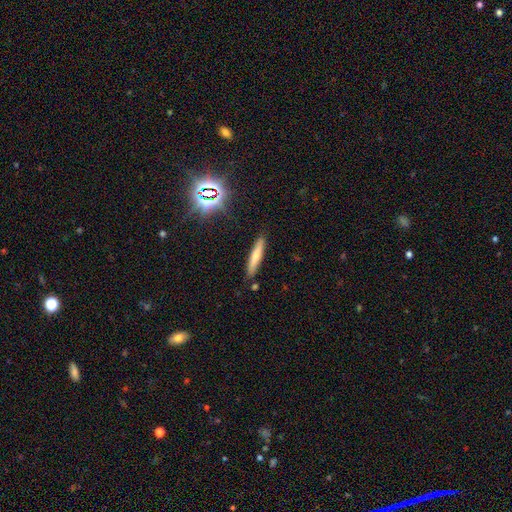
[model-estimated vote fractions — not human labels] Smooth or featured? smooth (62%)
How rounded? cigar-shaped (90%)
Merging? none (87%)